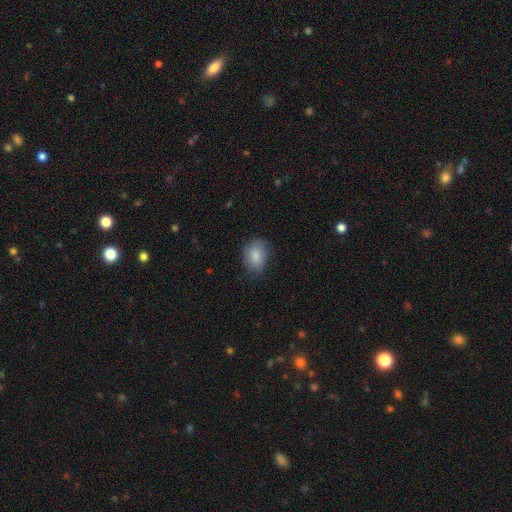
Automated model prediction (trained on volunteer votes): smooth_or_featured: smooth (p=0.84) [alt: featured or disk p=0.09]
how_rounded: in between (p=0.72) [alt: round p=0.27]
merging: none (p=0.69) [alt: minor disturbance p=0.24]